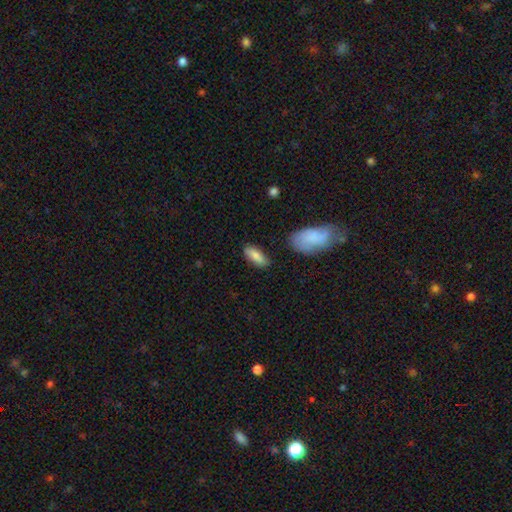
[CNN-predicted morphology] This is likely a smooth galaxy (79%). How rounded: likely in between (75%). Merging: clearly none (80%).